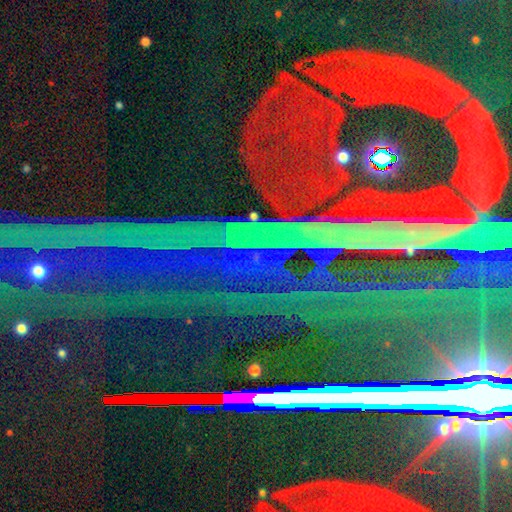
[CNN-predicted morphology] star or artifact 84%, featured or disk 10%, smooth 6%.